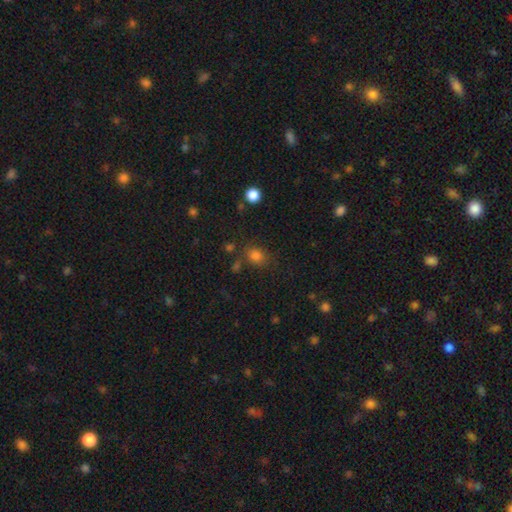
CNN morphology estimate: A smooth galaxy with no disk features (78%) that is round (54%). Merging: none (70%).